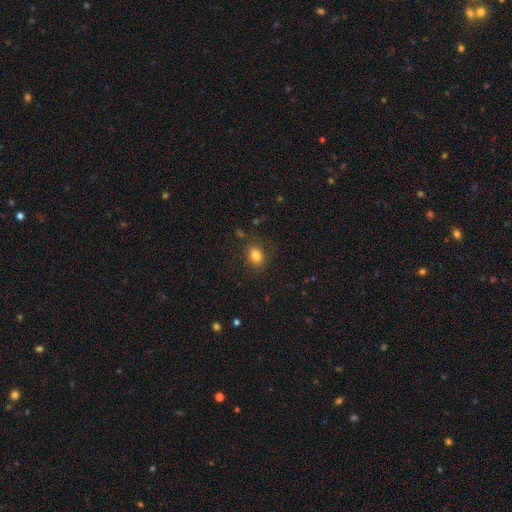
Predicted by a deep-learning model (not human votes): Q: Smooth or featured?
A: smooth (83%); runner-up: star or artifact (11%)
Q: How rounded?
A: in between (61%); runner-up: round (38%)
Q: Merging?
A: none (82%); runner-up: minor disturbance (12%)